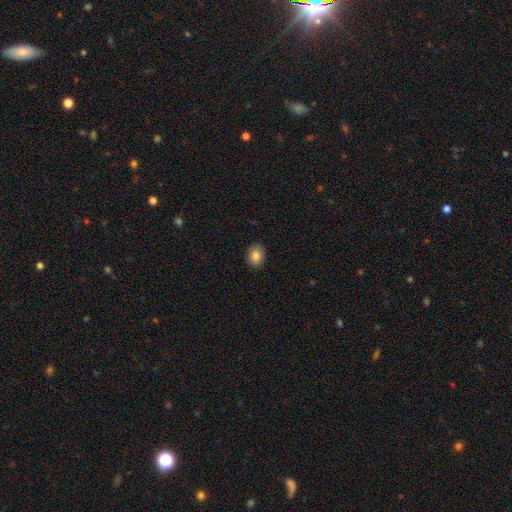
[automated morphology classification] Smooth or featured: smooth — 85% (star or artifact — 9%)
How rounded: in between — 62% (round — 37%)
Merging: none — 90% (minor disturbance — 8%)